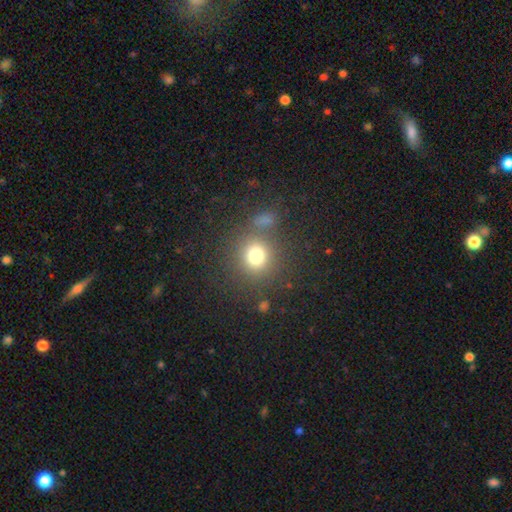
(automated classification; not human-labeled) smooth-or-featured: smooth: 76% | star or artifact: 15% | featured or disk: 9%
  how-rounded: round: 90% | in between: 9% | cigar-shaped: 1%
  merging: none: 78% | minor disturbance: 9% | merger: 8% | major disturbance: 5%